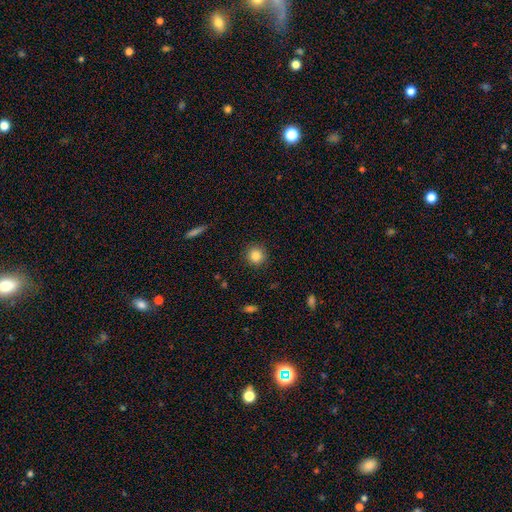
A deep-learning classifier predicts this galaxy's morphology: Smooth or featured? Predicted: smooth (p=0.84). How rounded? Predicted: round (p=0.94). Merging? Predicted: none (p=0.91).